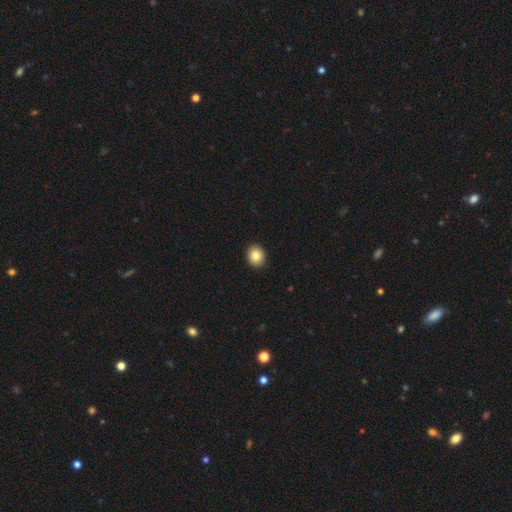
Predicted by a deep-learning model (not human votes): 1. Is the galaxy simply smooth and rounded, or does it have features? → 84% smooth, 9% star or artifact, 7% featured or disk.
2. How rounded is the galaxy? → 64% round, 35% in between, 1% cigar-shaped.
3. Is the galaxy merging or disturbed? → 92% none, 5% minor disturbance, 1% major disturbance, 1% merger.